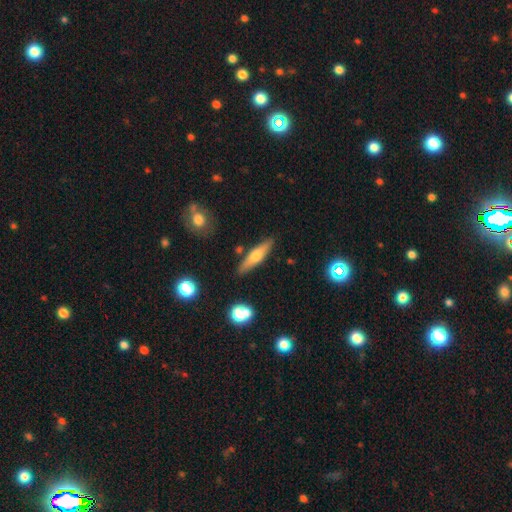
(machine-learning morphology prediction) Overall: smooth (48%; featured or disk 45%). Merging: none (84%).